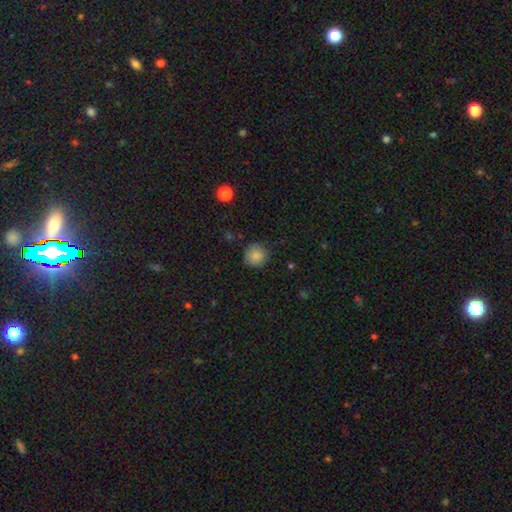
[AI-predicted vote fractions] Overall: smooth (86%). How rounded: round (88%). Merging: none (83%).